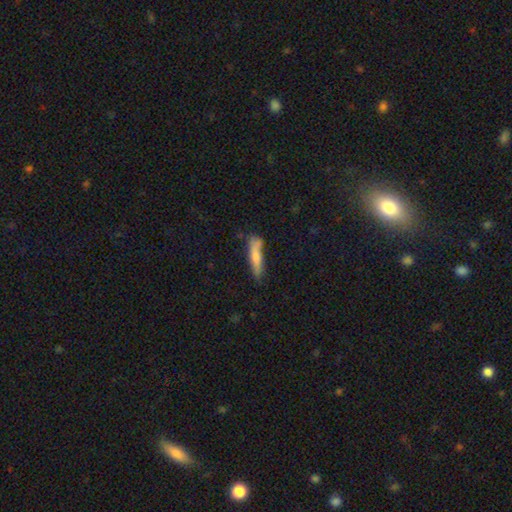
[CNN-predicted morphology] Smooth or featured? smooth (72%)
How rounded? cigar-shaped (82%)
Merging? none (67%)